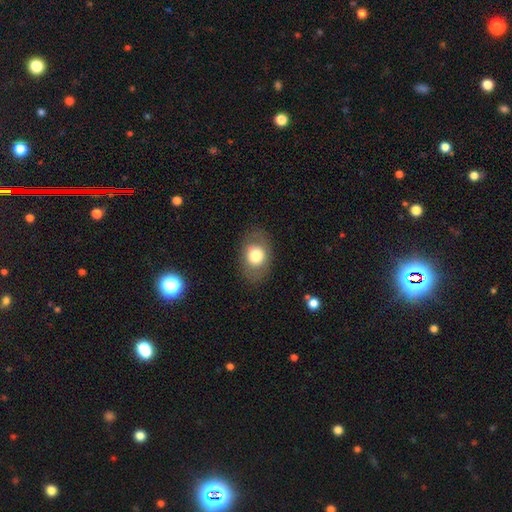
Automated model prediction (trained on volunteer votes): This appears to be a smooth galaxy with no disk features (73%) that is in between round and cigar-shaped (70%). Merging: none (81%).